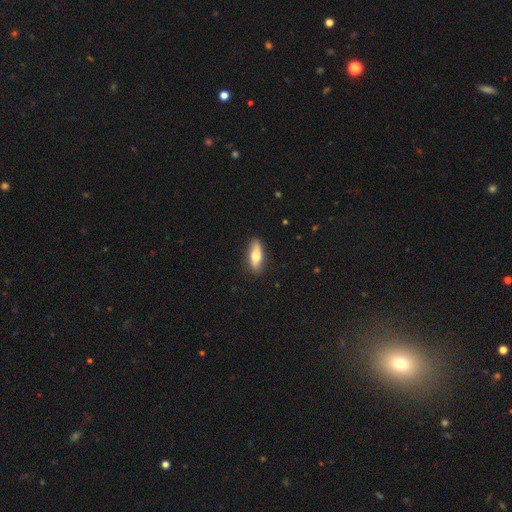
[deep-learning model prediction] Smooth or featured? smooth (69%)
How rounded? in between (62%)
Merging? none (85%)